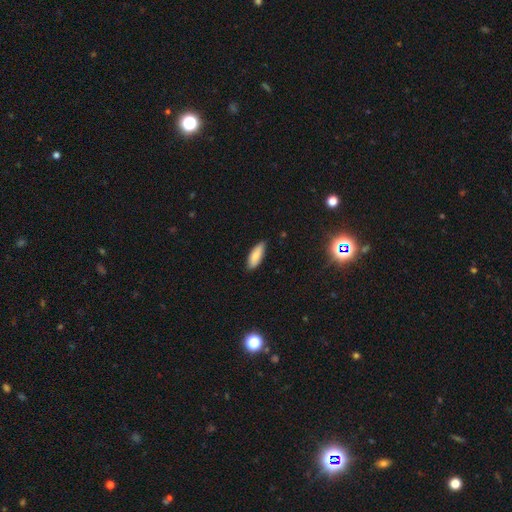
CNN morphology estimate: type=smooth (83%); roundness=in between (70%); merging=none (83%).